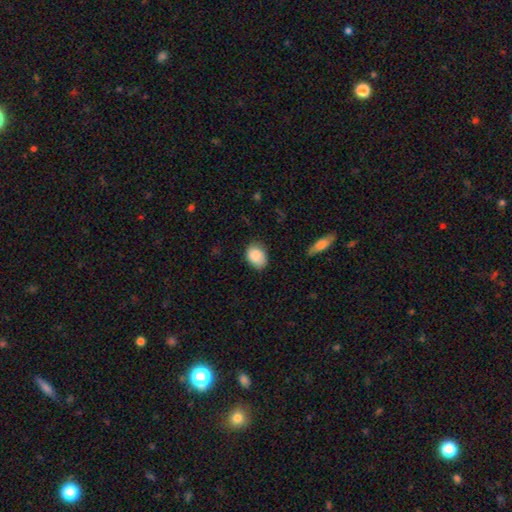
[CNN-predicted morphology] Smooth or featured? Predicted: smooth (p=0.88). How rounded? Predicted: in between (p=0.74). Merging? Predicted: none (p=0.76).